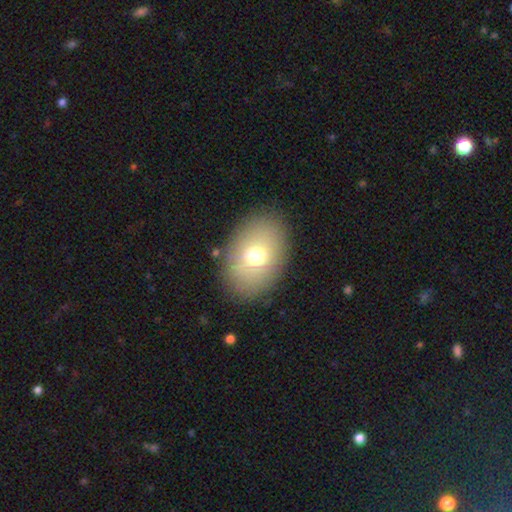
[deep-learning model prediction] Smooth or featured?
  - smooth: 68% *
  - featured or disk: 22%
  - star or artifact: 10%
How rounded?
  - in between: 79% *
  - round: 20%
  - cigar-shaped: 1%
Merging?
  - none: 84% *
  - minor disturbance: 10%
  - major disturbance: 4%
  - merger: 1%